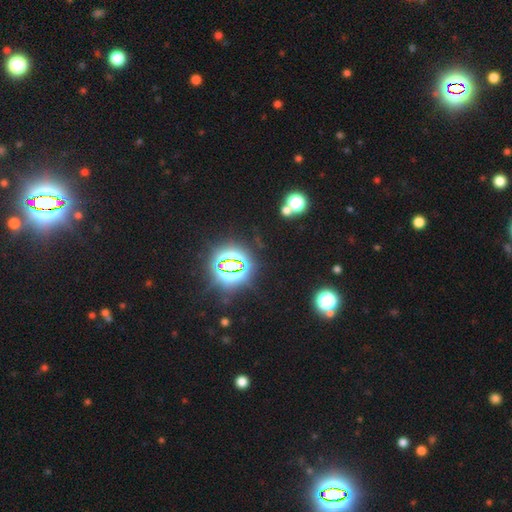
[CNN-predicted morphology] A star or artifact, not a galaxy (78%).

Vote fractions:
- Smooth or featured? star or artifact: 78% / smooth: 16% / featured or disk: 6%